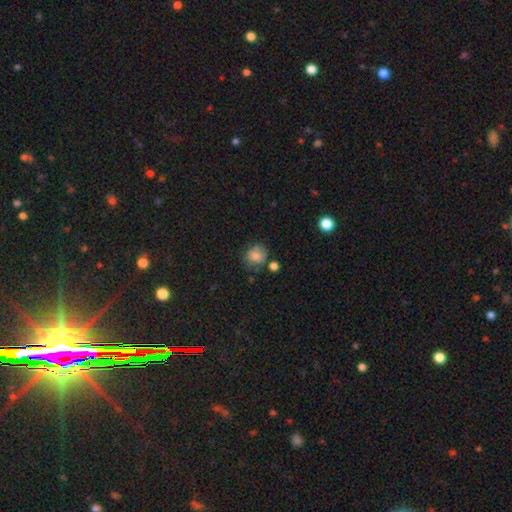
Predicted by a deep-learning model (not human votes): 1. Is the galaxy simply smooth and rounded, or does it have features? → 79% smooth, 11% star or artifact, 10% featured or disk.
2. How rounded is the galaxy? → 74% round, 25% in between, 1% cigar-shaped.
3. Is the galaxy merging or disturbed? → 63% none, 22% minor disturbance, 8% merger, 7% major disturbance.